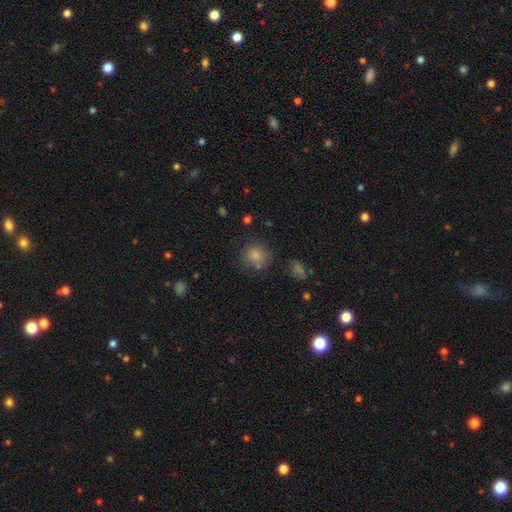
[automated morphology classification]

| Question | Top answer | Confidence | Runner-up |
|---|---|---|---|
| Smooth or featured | smooth | 81% | star or artifact (11%) |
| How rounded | round | 78% | in between (21%) |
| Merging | none | 70% | minor disturbance (17%) |